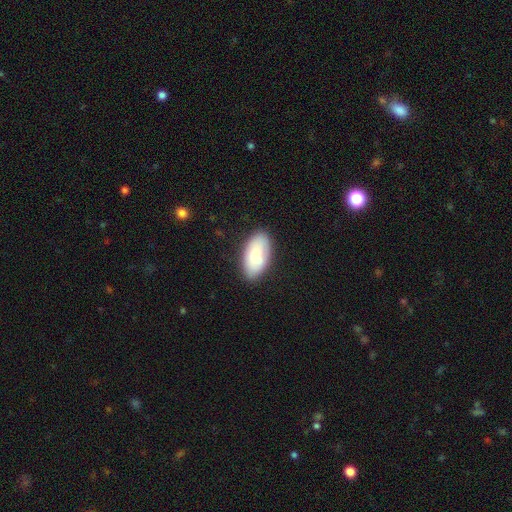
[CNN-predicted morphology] smooth 75%, featured or disk 19%, star or artifact 7%. Down the decision tree: how rounded — in between (94%); merging — none (75%).